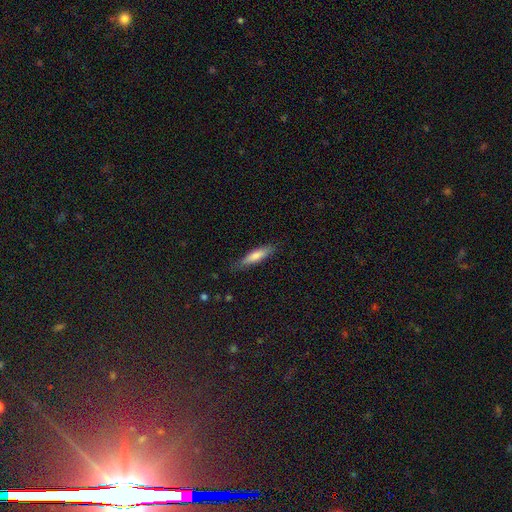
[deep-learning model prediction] smooth_or_featured: smooth (p=0.74) [alt: featured or disk p=0.20]
how_rounded: cigar-shaped (p=0.76) [alt: in between p=0.22]
merging: none (p=0.82) [alt: minor disturbance p=0.14]